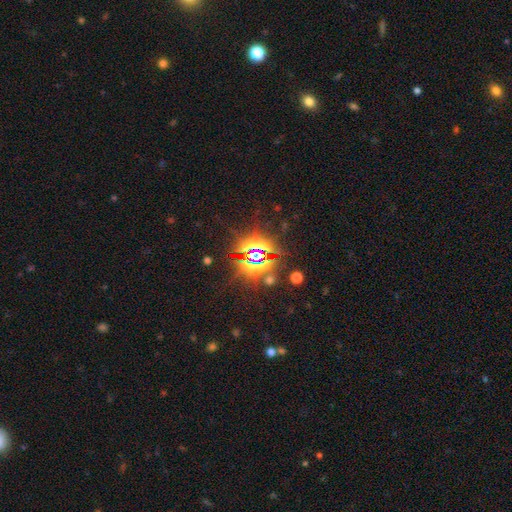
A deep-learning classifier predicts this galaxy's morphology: Smooth or featured? star or artifact (79%)